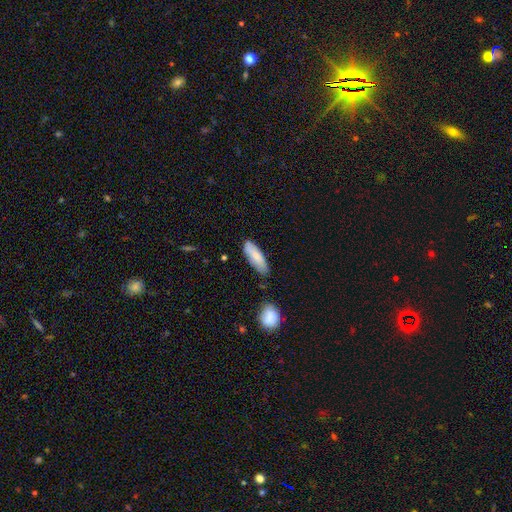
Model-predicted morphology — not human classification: Smooth or featured?
  - smooth: 79% *
  - featured or disk: 15%
  - star or artifact: 6%
How rounded?
  - in between: 58% *
  - cigar-shaped: 40%
  - round: 2%
Merging?
  - none: 70% *
  - minor disturbance: 22%
  - merger: 5%
  - major disturbance: 4%